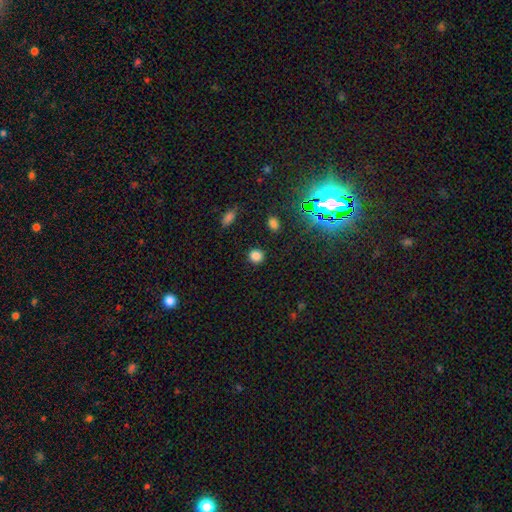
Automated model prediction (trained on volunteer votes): Smooth or featured? smooth (79%)
How rounded? round (87%)
Merging? none (89%)